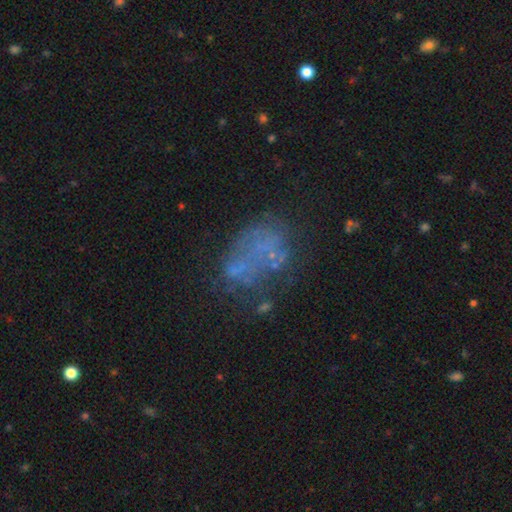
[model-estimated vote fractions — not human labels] Smooth or featured? Predicted: featured or disk (p=0.47). Merging? Predicted: none (p=0.51).